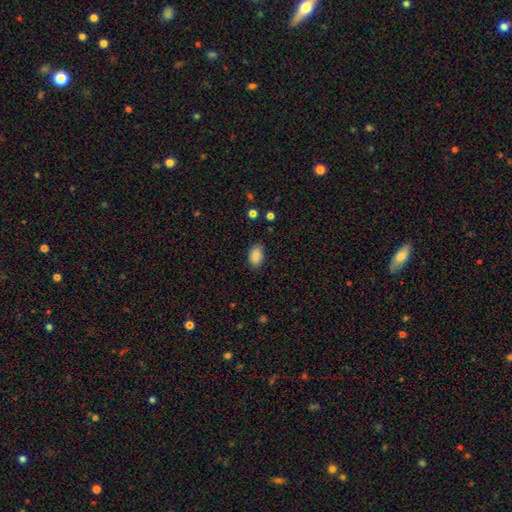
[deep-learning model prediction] Smooth or featured? smooth (89%)
How rounded? in between (89%)
Merging? none (85%)